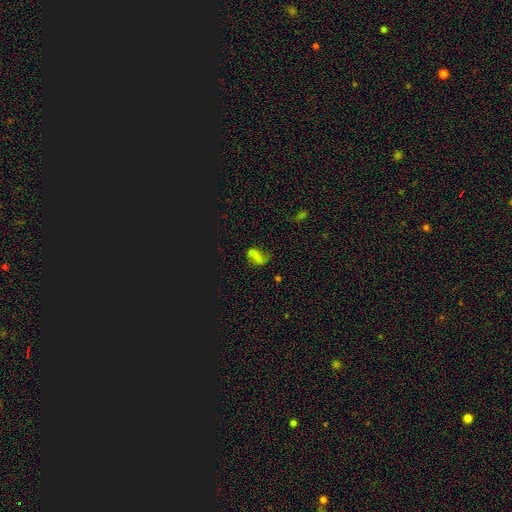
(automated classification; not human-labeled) smooth-or-featured: smooth: 45% | featured or disk: 33% | star or artifact: 22%
  merging: none: 51% | minor disturbance: 25% | major disturbance: 17% | merger: 8%